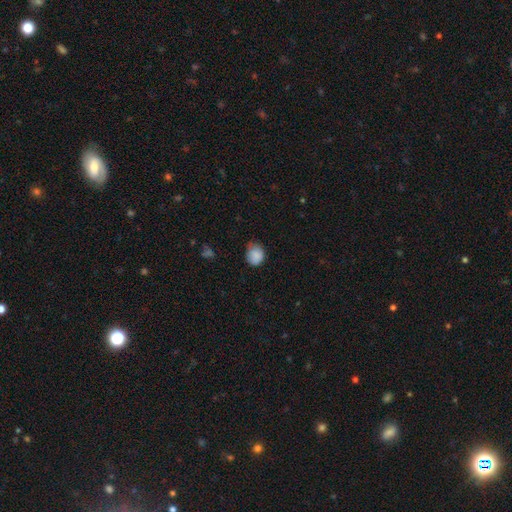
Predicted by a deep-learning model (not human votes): Overall: smooth (86%). How rounded: round (61%; in between 38%). Merging: none (59%; minor disturbance 34%).